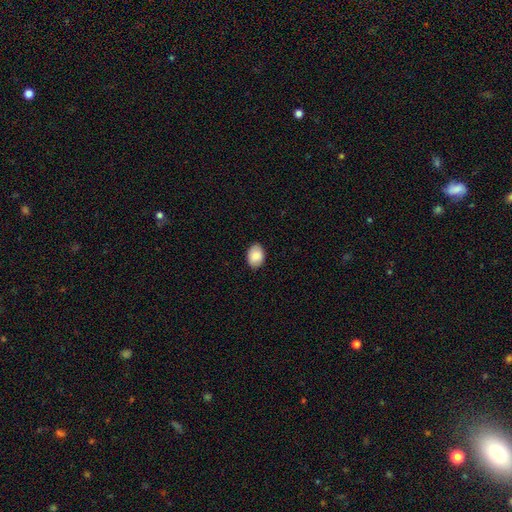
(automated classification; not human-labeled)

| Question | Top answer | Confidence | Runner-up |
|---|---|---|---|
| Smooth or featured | smooth | 87% | star or artifact (7%) |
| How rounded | in between | 78% | round (21%) |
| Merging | none | 88% | minor disturbance (9%) |